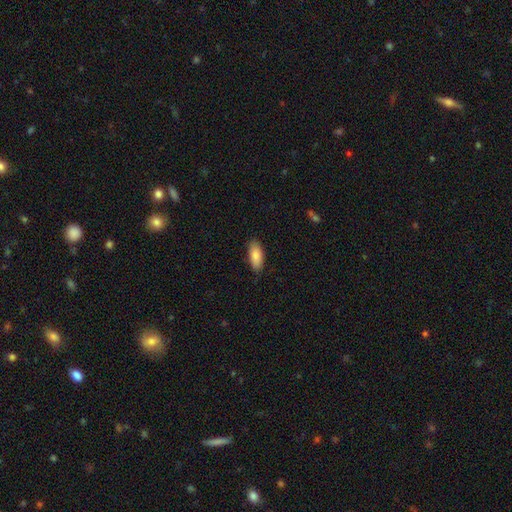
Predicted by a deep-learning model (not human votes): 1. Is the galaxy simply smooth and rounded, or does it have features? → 86% smooth, 8% featured or disk, 6% star or artifact.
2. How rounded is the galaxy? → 83% in between, 15% cigar-shaped, 2% round.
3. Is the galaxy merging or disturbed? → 83% none, 14% minor disturbance, 2% major disturbance, 1% merger.